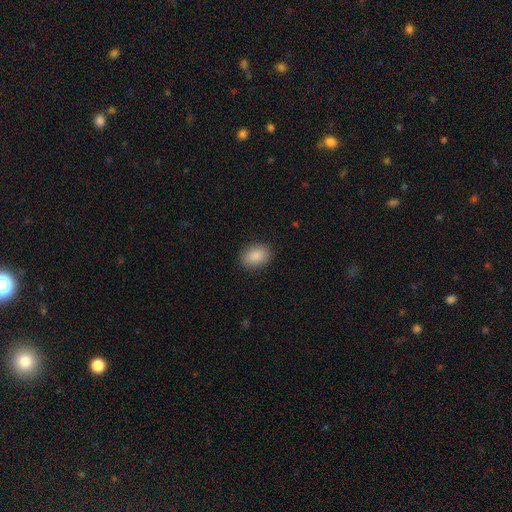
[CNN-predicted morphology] smooth 89%, star or artifact 7%, featured or disk 4%. Down the decision tree: how rounded — in between (77%); merging — none (89%).